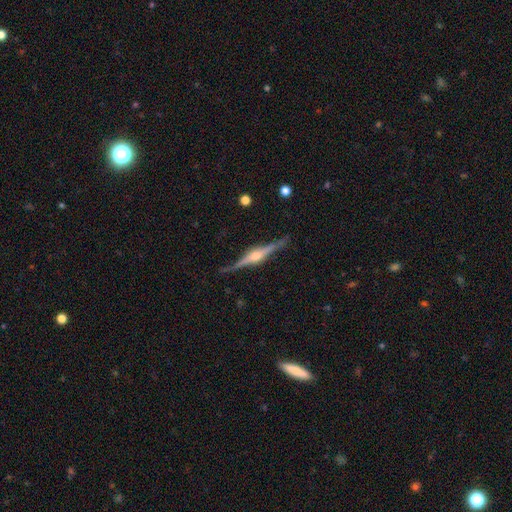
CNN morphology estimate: This is clearly a featured or disk galaxy (88%). It is clearly viewed edge-on (98%). Edge-on bulge: clearly rounded (89%). Merging: clearly none (87%).